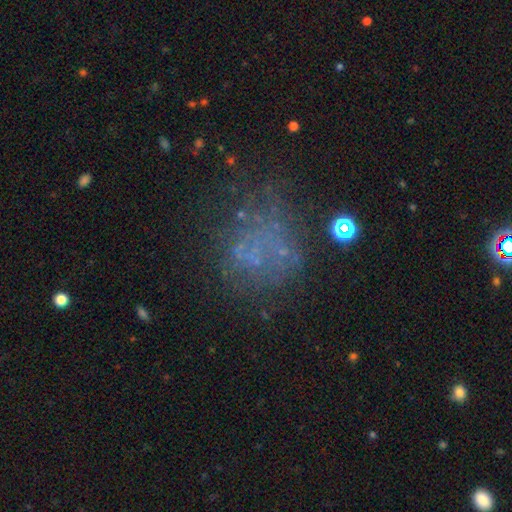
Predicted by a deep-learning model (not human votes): A featured or disk galaxy (34%). Merging: none (56%).